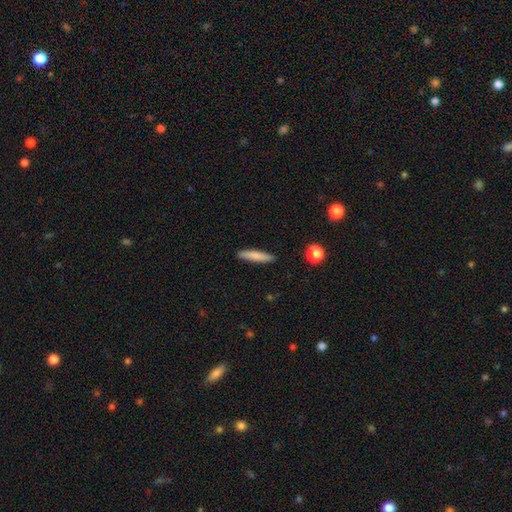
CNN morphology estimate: The model was most divided on "smooth or featured": smooth: 78%, featured or disk: 15%, star or artifact: 7%. More confident: merging — none (88%); how rounded — cigar-shaped (87%).